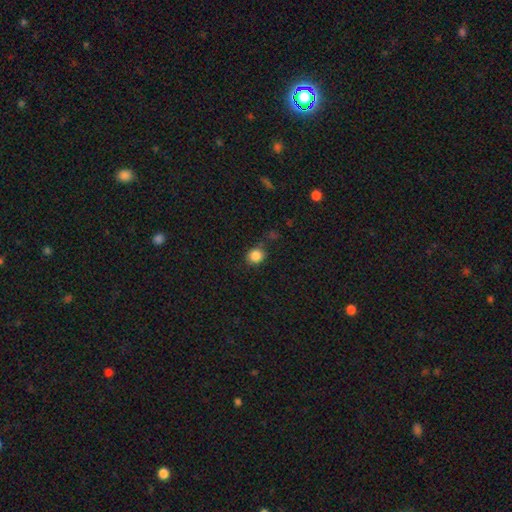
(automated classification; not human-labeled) The model was most divided on "how rounded": round: 83%, in between: 16%, cigar-shaped: 1%. More confident: smooth or featured — smooth (85%); merging — none (80%).